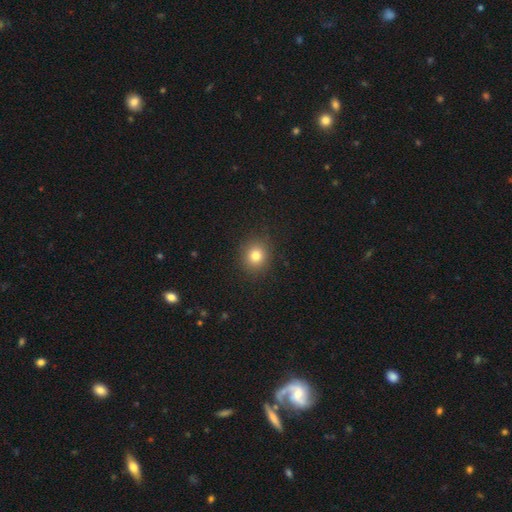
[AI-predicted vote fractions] Smooth or featured?
  - smooth: 79% *
  - star or artifact: 13%
  - featured or disk: 8%
How rounded?
  - round: 82% *
  - in between: 17%
  - cigar-shaped: 1%
Merging?
  - none: 89% *
  - minor disturbance: 7%
  - major disturbance: 3%
  - merger: 1%